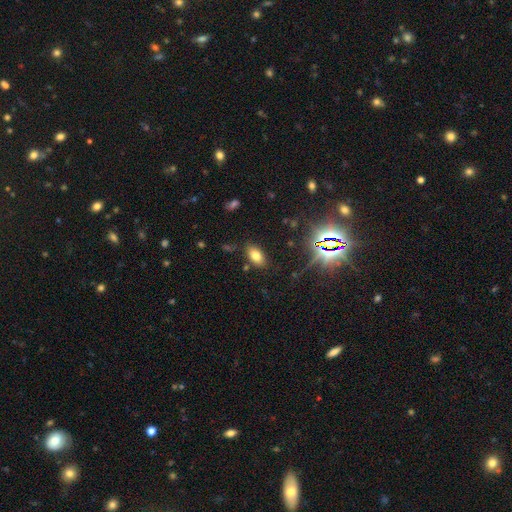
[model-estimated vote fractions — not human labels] The model was most divided on "smooth or featured": smooth: 75%, star or artifact: 16%, featured or disk: 10%. More confident: how rounded — in between (92%); merging — none (83%).